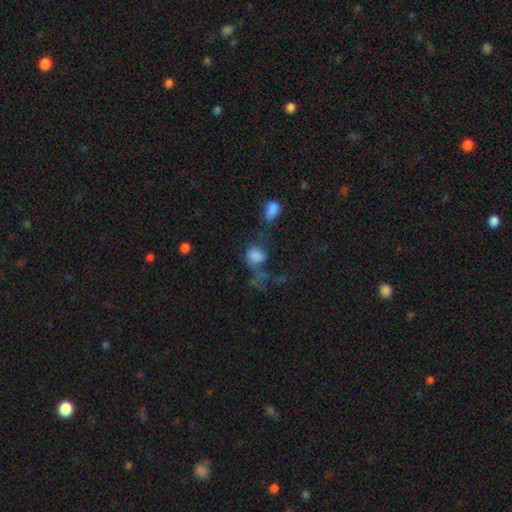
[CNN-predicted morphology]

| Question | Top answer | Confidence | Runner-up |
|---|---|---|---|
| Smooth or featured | smooth | 75% | star or artifact (13%) |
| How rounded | round | 53% | in between (45%) |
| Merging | major disturbance | 31% | none (28%) |